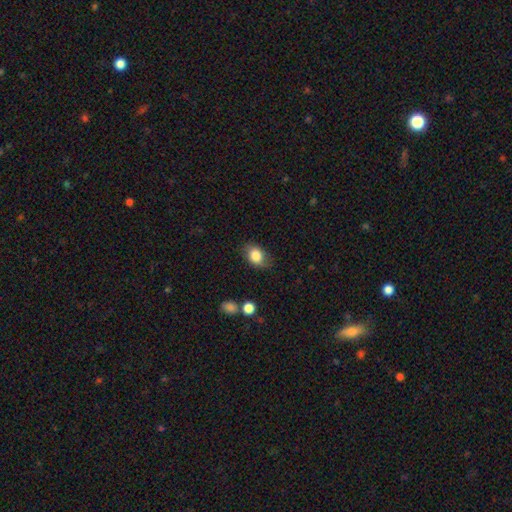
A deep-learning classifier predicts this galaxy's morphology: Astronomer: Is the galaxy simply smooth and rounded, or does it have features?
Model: smooth — 83%.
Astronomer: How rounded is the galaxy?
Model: in between — 74%.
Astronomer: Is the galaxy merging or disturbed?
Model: none — 75%.